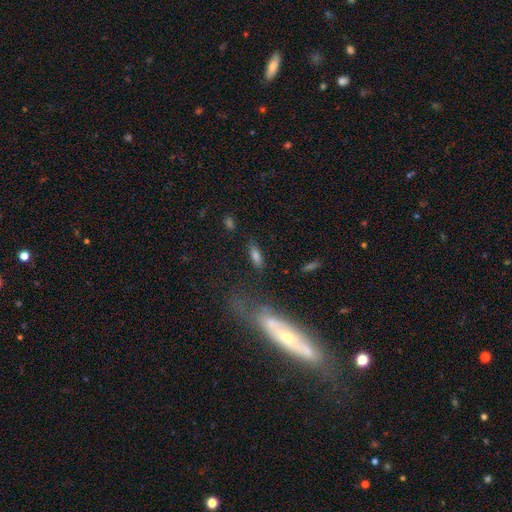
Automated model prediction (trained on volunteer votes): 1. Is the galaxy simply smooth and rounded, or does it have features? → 63% smooth, 25% featured or disk, 12% star or artifact.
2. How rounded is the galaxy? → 58% in between, 37% cigar-shaped, 5% round.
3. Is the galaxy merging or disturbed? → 66% none, 16% minor disturbance, 9% major disturbance, 8% merger.